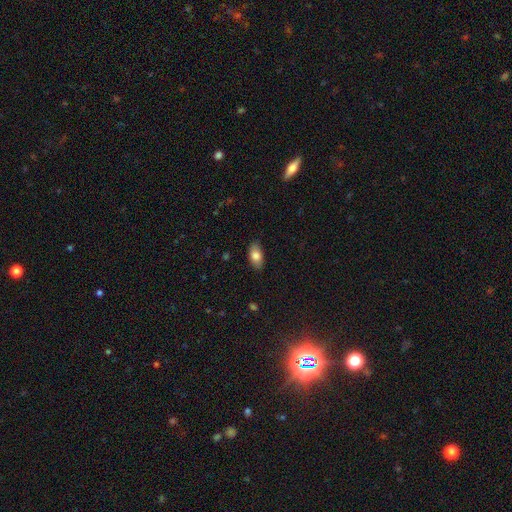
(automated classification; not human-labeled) Overall: smooth (81%). How rounded: in between (91%). Merging: none (84%).